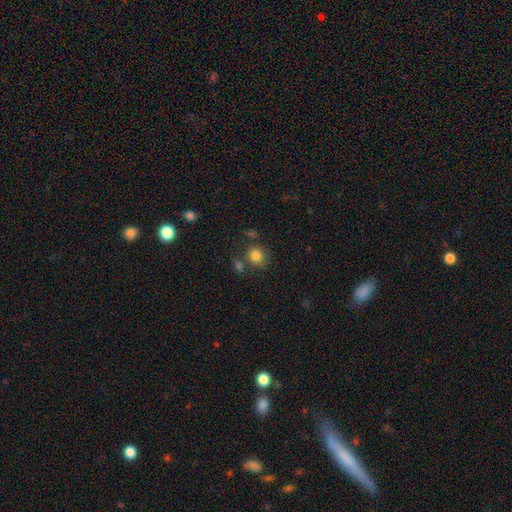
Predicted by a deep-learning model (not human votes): smooth-or-featured: smooth: 83% | star or artifact: 10% | featured or disk: 7%
  how-rounded: round: 81% | in between: 18% | cigar-shaped: 1%
  merging: none: 69% | minor disturbance: 13% | merger: 12% | major disturbance: 5%